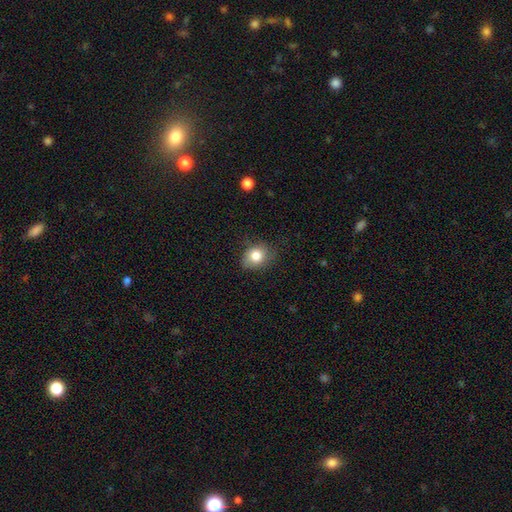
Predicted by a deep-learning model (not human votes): Smooth or featured: smooth — 80% (featured or disk — 11%)
How rounded: round — 50% (in between — 49%)
Merging: none — 67% (minor disturbance — 25%)